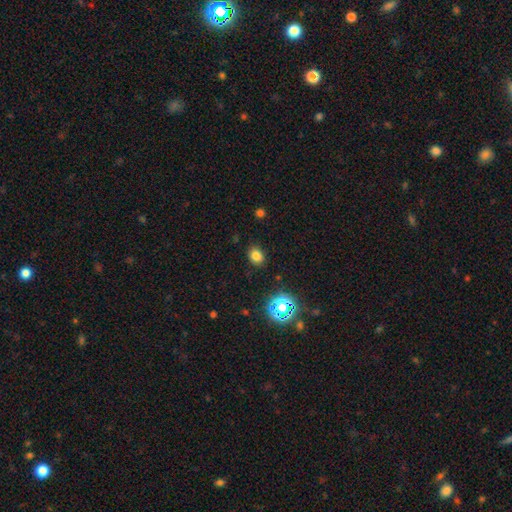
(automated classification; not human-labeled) A smooth galaxy with no disk features (78%) that is in between round and cigar-shaped (50%).

Vote fractions:
- Smooth or featured? smooth: 78% / star or artifact: 16% / featured or disk: 6%
- How rounded? in between: 50% / round: 49% / cigar-shaped: 1%
- Merging? none: 85% / minor disturbance: 10% / major disturbance: 3% / merger: 1%